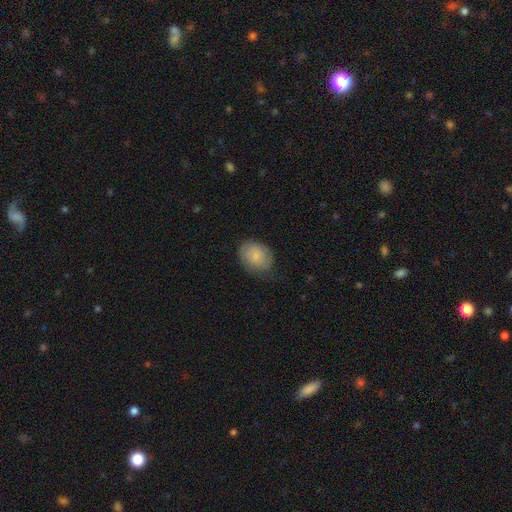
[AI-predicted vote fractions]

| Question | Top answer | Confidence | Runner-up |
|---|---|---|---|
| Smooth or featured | smooth | 78% | featured or disk (15%) |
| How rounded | in between | 60% | round (39%) |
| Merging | none | 71% | minor disturbance (23%) |